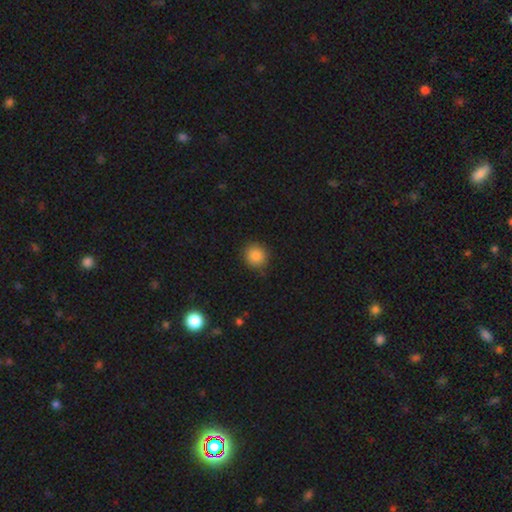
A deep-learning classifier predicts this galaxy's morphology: Smooth or featured?
  - smooth: 85% *
  - star or artifact: 10%
  - featured or disk: 5%
How rounded?
  - round: 92% *
  - in between: 7%
  - cigar-shaped: 1%
Merging?
  - none: 87% *
  - minor disturbance: 9%
  - major disturbance: 2%
  - merger: 1%